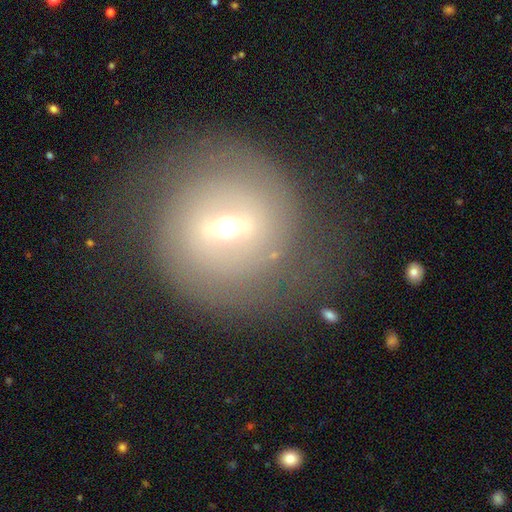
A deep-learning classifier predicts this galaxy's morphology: Overall: featured or disk (65%). Edge-on disk: no (95%). Bar: weak (51%; strong 29%). Spiral arms: yes (70%; no 30%). Bulge size: moderate (55%; small 37%). Merging: none (75%).